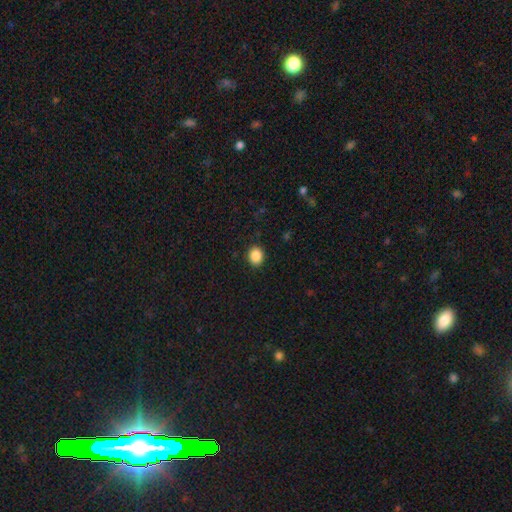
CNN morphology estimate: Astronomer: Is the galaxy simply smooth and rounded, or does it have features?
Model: smooth — 88%.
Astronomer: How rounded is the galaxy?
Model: round — 67%.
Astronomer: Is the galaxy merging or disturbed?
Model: none — 90%.